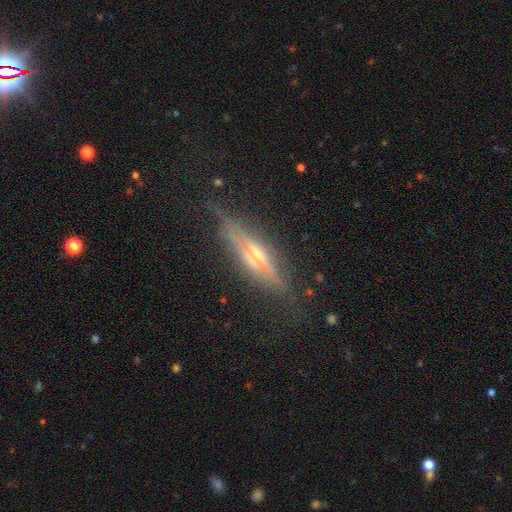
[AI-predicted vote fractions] The model was most divided on "merging": none: 77%, minor disturbance: 15%, major disturbance: 6%, merger: 2%. More confident: edge-on disk — yes (92%); edge-on bulge — rounded (81%); smooth or featured — featured or disk (77%).